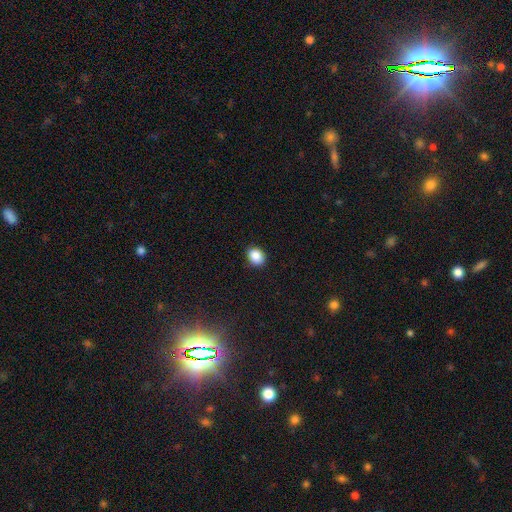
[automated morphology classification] This appears to be a smooth galaxy with no disk features (88%) that is in between round and cigar-shaped (51%). Merging: none (87%).